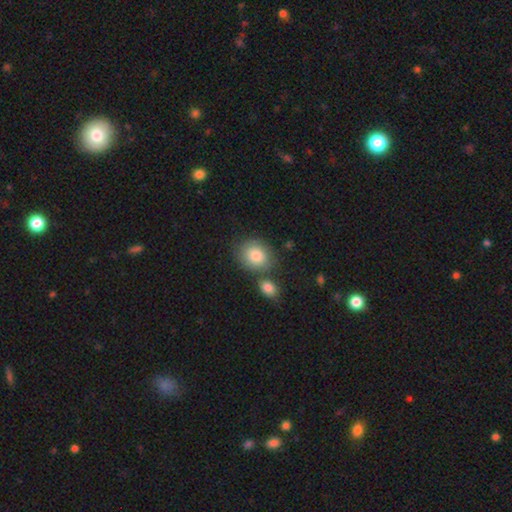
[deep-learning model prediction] A smooth galaxy with no disk features (82%) that is round (59%). Merging: none (62%).